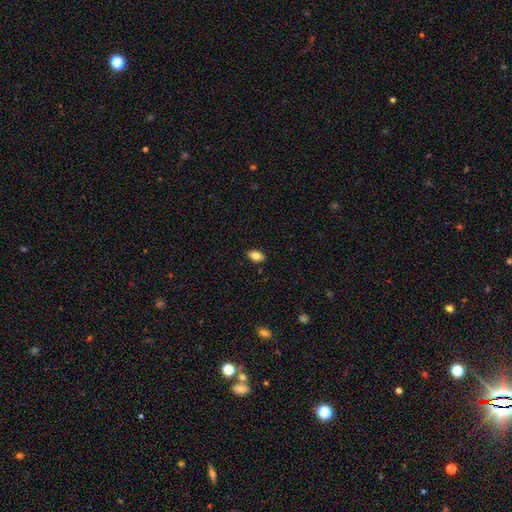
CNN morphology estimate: Smooth or featured? Predicted: smooth (p=0.83). How rounded? Predicted: in between (p=0.91). Merging? Predicted: none (p=0.88).